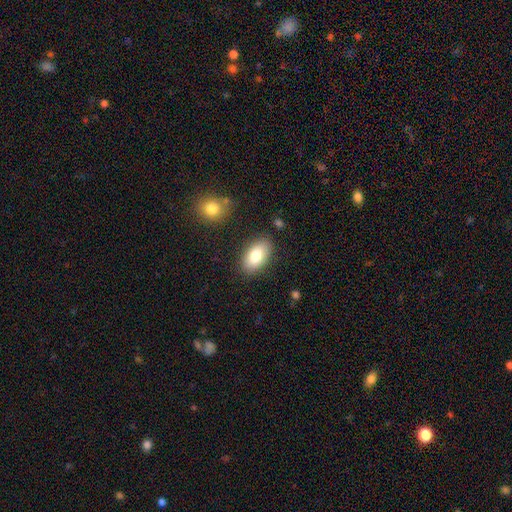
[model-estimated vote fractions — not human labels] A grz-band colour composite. It shows a smooth galaxy with no disk features (81%) that is in between round and cigar-shaped (94%). Merging: none (85%).